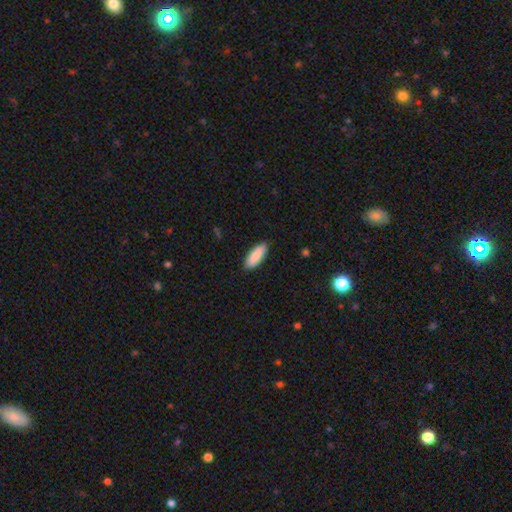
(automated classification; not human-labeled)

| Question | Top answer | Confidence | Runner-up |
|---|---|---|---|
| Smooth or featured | smooth | 88% | featured or disk (7%) |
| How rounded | in between | 70% | cigar-shaped (28%) |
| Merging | none | 88% | minor disturbance (9%) |